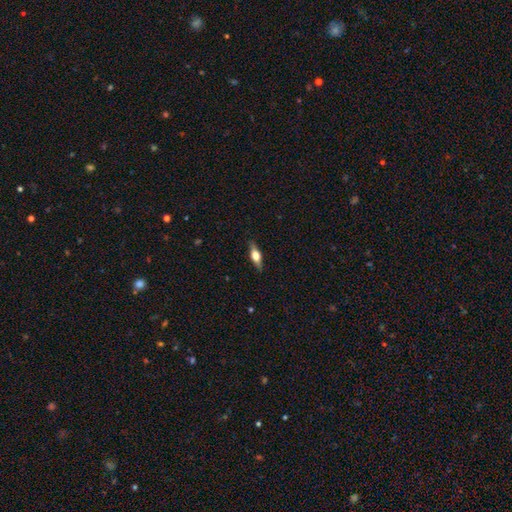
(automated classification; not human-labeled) This appears to be a featured or disk galaxy (52%) viewed edge-on (93%). Merging: none (86%).